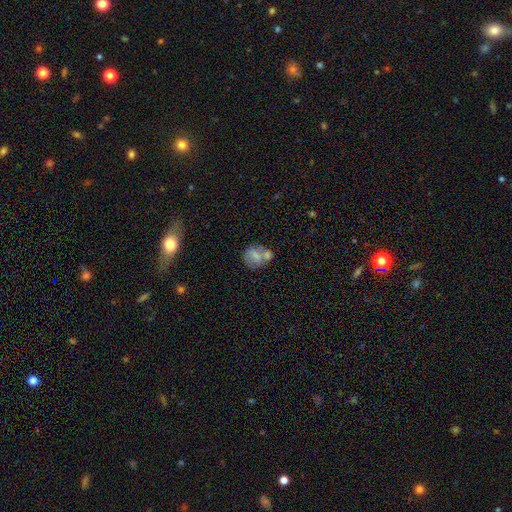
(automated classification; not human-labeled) smooth-or-featured: smooth: 68% | featured or disk: 24% | star or artifact: 9%
  how-rounded: round: 68% | in between: 31% | cigar-shaped: 1%
  merging: merger: 44% | none: 36% | minor disturbance: 14% | major disturbance: 6%